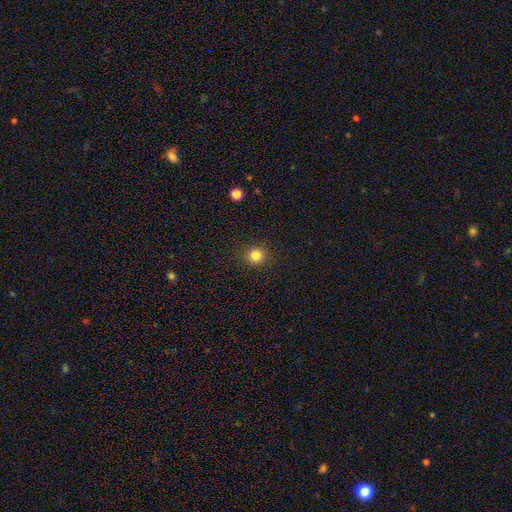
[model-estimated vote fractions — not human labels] This is clearly a smooth galaxy (82%). How rounded: clearly round (92%). Merging: clearly none (91%).